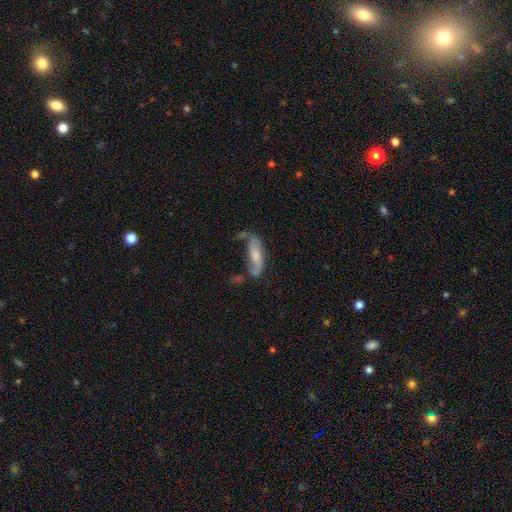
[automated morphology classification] Smooth or featured: smooth — 47% (featured or disk — 46%)
Merging: none — 43% (minor disturbance — 26%)